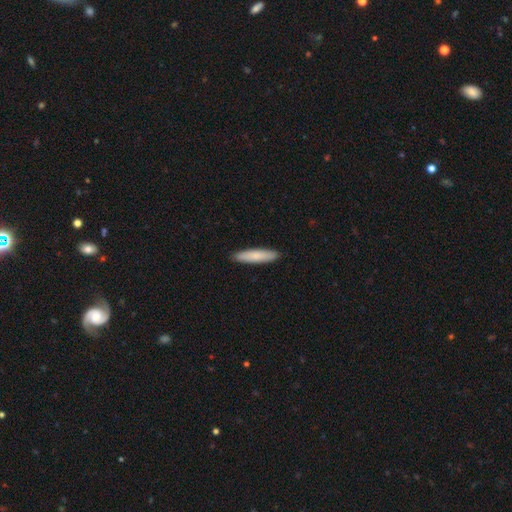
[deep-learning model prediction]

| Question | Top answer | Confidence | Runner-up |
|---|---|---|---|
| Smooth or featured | smooth | 82% | featured or disk (13%) |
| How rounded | cigar-shaped | 85% | in between (14%) |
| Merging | none | 91% | minor disturbance (6%) |